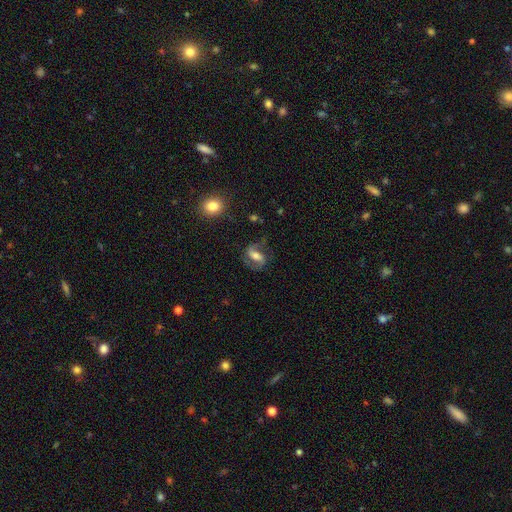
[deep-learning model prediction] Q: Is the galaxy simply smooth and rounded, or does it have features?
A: featured or disk — 76%.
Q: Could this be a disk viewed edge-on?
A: no — 96%.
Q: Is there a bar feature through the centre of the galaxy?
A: strong — 42%.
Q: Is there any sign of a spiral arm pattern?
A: yes — 93%.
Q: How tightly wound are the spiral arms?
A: medium — 48%.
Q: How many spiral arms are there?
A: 2 — 89%.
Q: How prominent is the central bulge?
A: moderate — 57%.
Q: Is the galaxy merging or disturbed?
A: none — 70%.